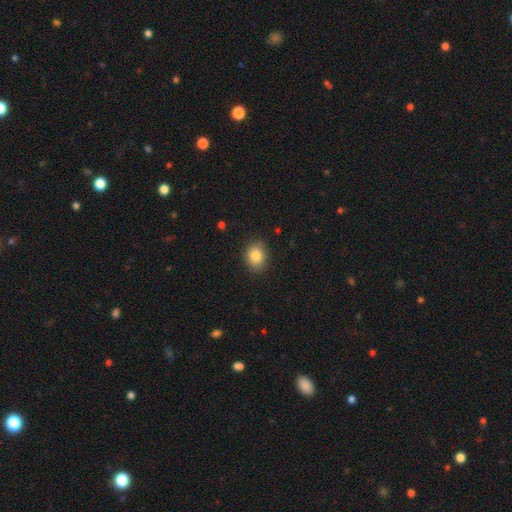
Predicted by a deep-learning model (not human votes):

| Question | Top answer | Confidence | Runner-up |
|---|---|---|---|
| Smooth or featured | smooth | 83% | star or artifact (9%) |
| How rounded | in between | 52% | round (47%) |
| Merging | none | 86% | minor disturbance (11%) |